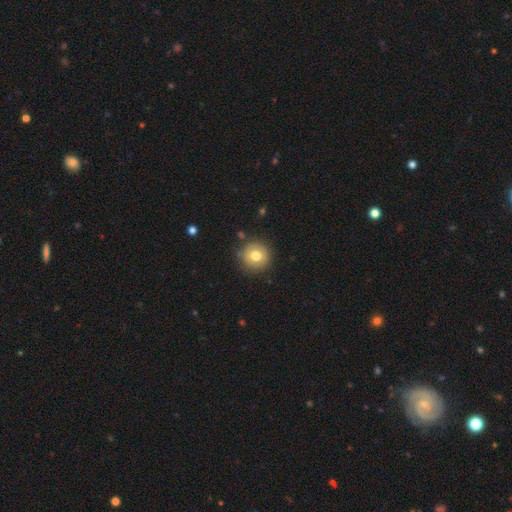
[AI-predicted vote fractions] Smooth or featured? smooth (75%)
How rounded? round (94%)
Merging? none (85%)